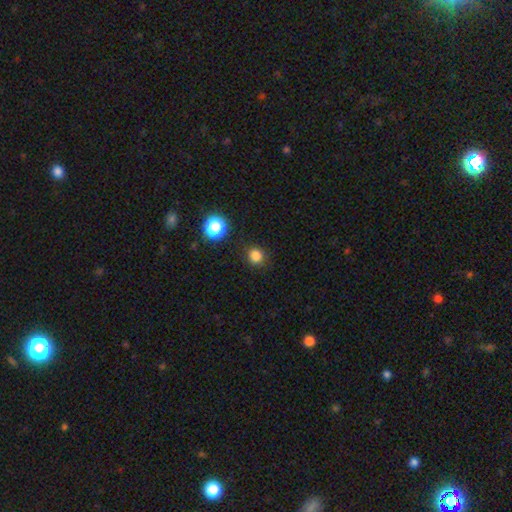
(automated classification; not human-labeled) Morphology: type=smooth (82%); roundness=round (89%); merging=none (87%).